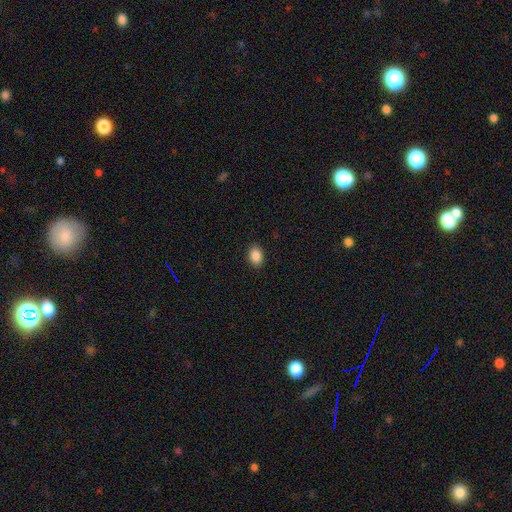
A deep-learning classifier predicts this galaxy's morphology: Smooth or featured?
  - smooth: 88% *
  - star or artifact: 9%
  - featured or disk: 3%
How rounded?
  - in between: 77% *
  - round: 22%
  - cigar-shaped: 1%
Merging?
  - none: 89% *
  - minor disturbance: 8%
  - major disturbance: 2%
  - merger: 1%